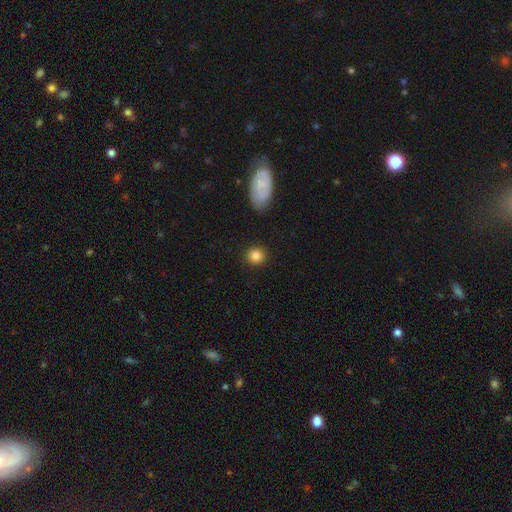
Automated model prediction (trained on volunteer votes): Smooth or featured: smooth — 85% (star or artifact — 10%)
How rounded: round — 90% (in between — 9%)
Merging: none — 90% (minor disturbance — 6%)